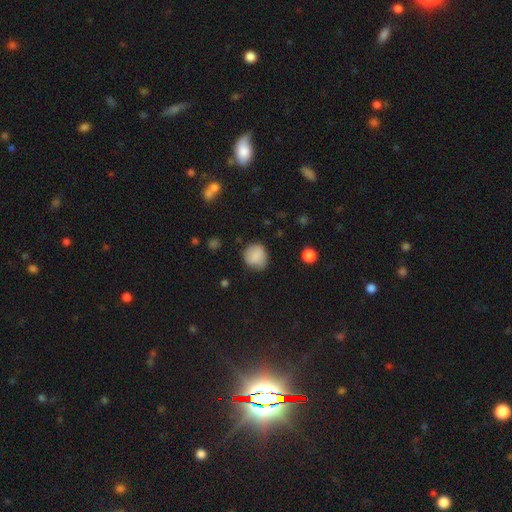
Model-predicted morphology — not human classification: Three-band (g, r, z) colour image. It shows a smooth galaxy with no disk features (84%) that is round (85%). Merging: none (76%).